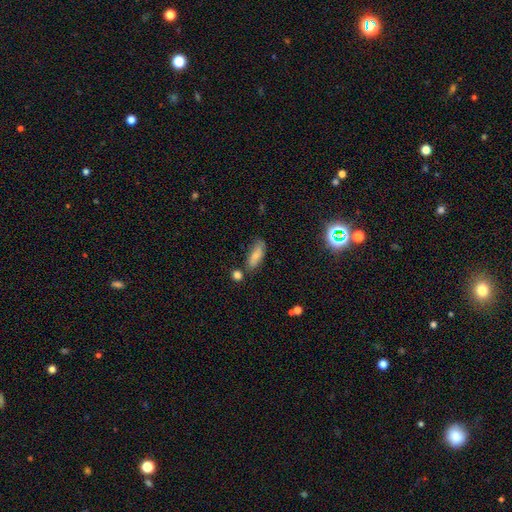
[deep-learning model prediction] A smooth galaxy with no disk features (73%) that is in between round and cigar-shaped (70%). Merging: none (68%).